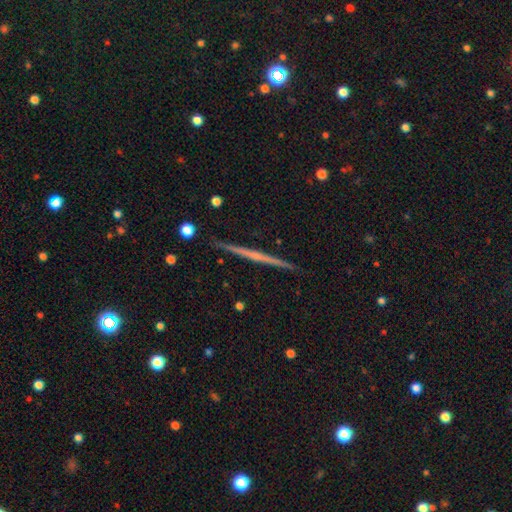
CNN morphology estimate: This is likely a featured or disk galaxy (74%). It is clearly viewed edge-on (99%). Edge-on bulge: likely none (66%). Merging: clearly none (93%).